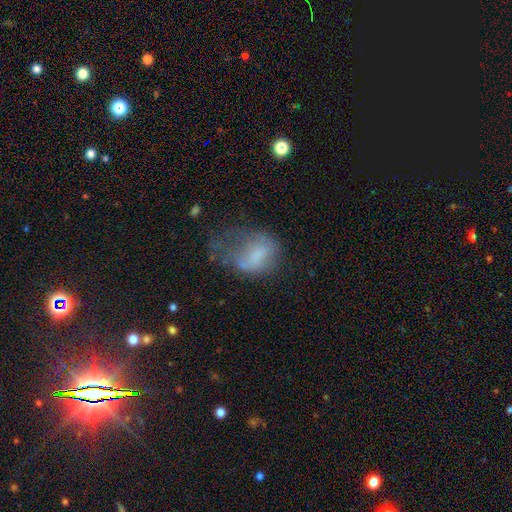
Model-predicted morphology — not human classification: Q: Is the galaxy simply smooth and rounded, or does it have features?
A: smooth — 57%.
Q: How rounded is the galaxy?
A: in between — 76%.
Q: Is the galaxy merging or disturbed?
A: major disturbance — 47%.